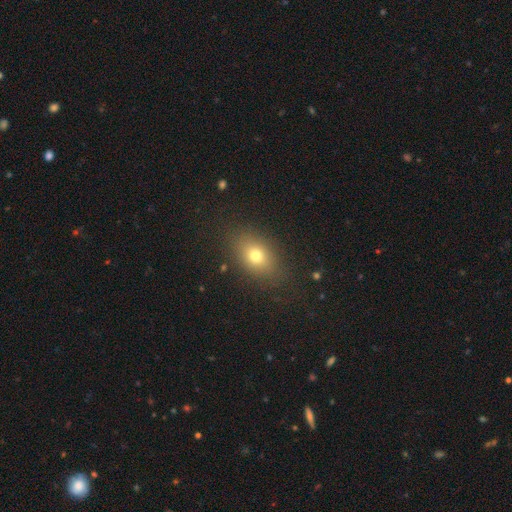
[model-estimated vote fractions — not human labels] Q: Smooth or featured?
A: smooth (73%); runner-up: featured or disk (14%)
Q: How rounded?
A: in between (75%); runner-up: round (22%)
Q: Merging?
A: none (84%); runner-up: minor disturbance (11%)